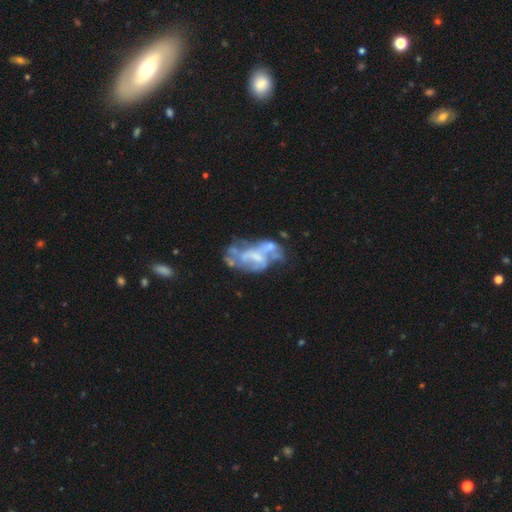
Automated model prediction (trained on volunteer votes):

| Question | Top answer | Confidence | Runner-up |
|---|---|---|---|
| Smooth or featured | featured or disk | 70% | smooth (20%) |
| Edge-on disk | no | 96% | yes (4%) |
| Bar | no | 62% | weak (27%) |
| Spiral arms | no | 66% | yes (34%) |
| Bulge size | none | 39% | small (31%) |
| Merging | none | 29% | merger (28%) |